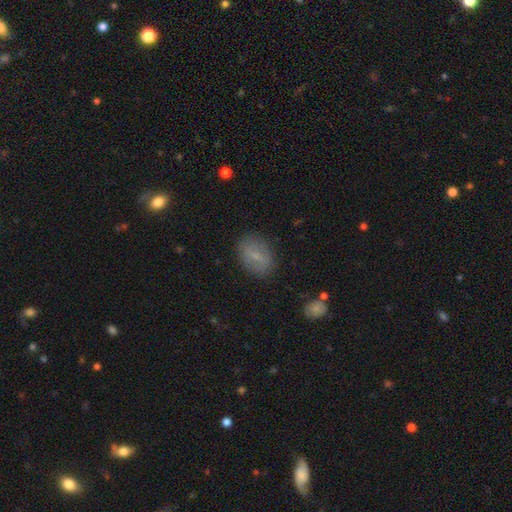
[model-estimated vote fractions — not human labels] Smooth or featured?
  - smooth: 65% *
  - featured or disk: 25%
  - star or artifact: 9%
How rounded?
  - in between: 80% *
  - round: 18%
  - cigar-shaped: 2%
Merging?
  - none: 83% *
  - minor disturbance: 12%
  - major disturbance: 4%
  - merger: 1%